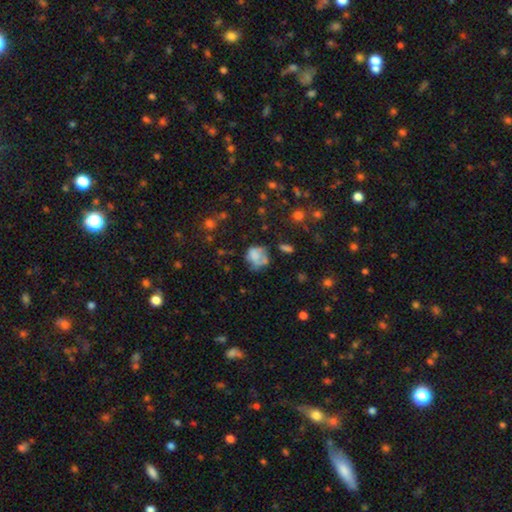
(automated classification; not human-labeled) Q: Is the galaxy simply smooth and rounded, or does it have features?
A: smooth — 60%.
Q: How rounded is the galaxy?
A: round — 61%.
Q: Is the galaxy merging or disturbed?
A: none — 38%.